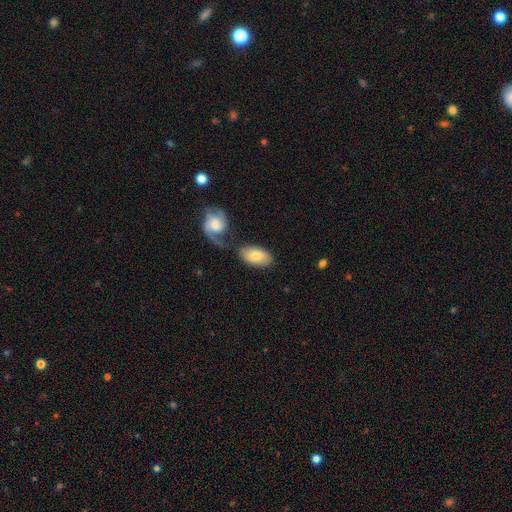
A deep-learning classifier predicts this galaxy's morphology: type=smooth (75%); roundness=in between (93%); merging=none (58%).